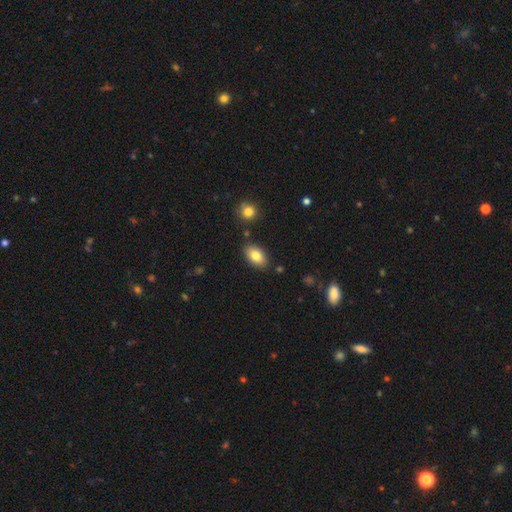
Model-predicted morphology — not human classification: smooth 80%, featured or disk 12%, star or artifact 8%. Down the decision tree: how rounded — in between (91%); merging — none (84%).